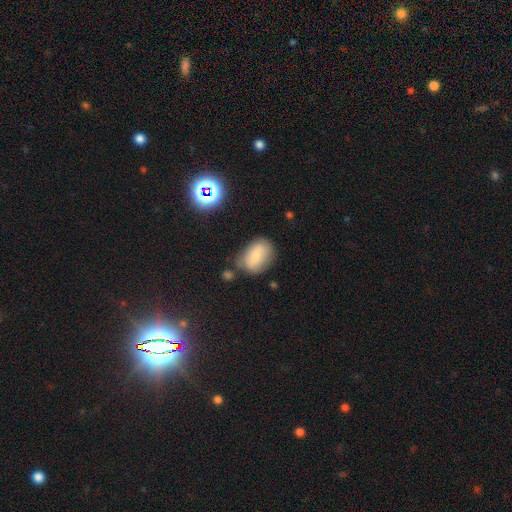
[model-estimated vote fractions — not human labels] A smooth galaxy with no disk features (74%) that is in between round and cigar-shaped (81%).

Vote fractions:
- Smooth or featured? smooth: 74% / featured or disk: 17% / star or artifact: 8%
- How rounded? in between: 81% / round: 18% / cigar-shaped: 2%
- Merging? none: 64% / minor disturbance: 23% / merger: 7% / major disturbance: 7%